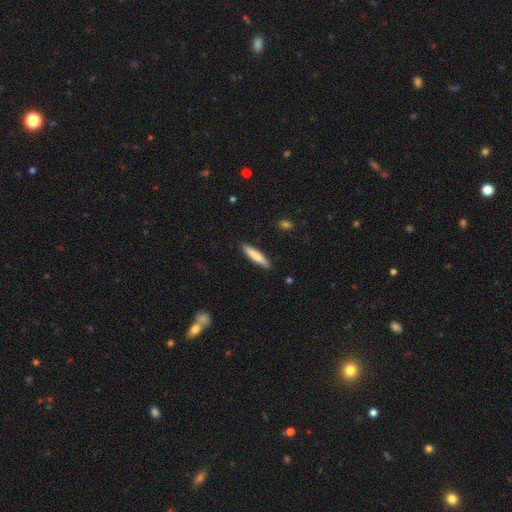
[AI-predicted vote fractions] This is likely a smooth galaxy (77%). How rounded: clearly cigar-shaped (88%). Merging: clearly none (88%).